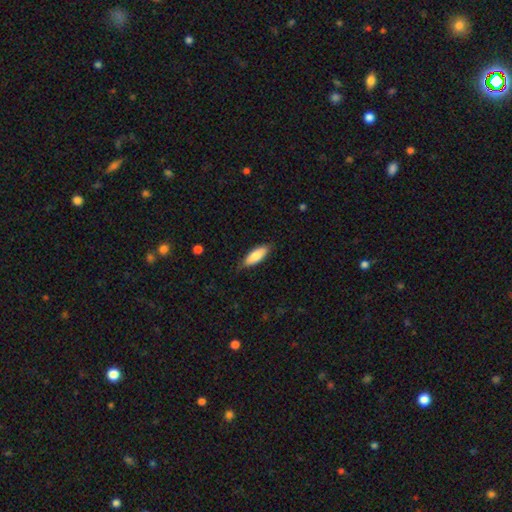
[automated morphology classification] This is clearly a smooth galaxy (83%). How rounded: likely in between (73%). Merging: likely none (80%).